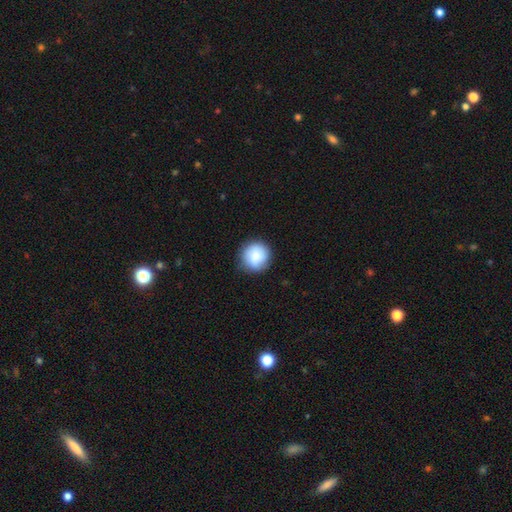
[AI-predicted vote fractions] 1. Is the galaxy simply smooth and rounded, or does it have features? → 85% smooth, 8% featured or disk, 7% star or artifact.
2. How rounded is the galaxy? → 92% round, 7% in between, 1% cigar-shaped.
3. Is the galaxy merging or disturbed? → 84% none, 12% minor disturbance, 3% major disturbance, 1% merger.